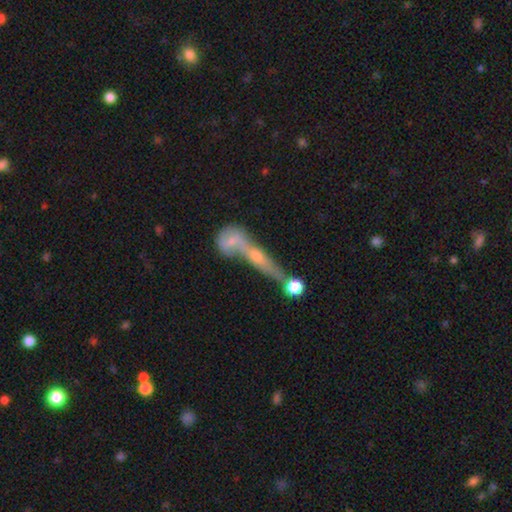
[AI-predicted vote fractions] Morphology: type=featured or disk (46%); merging=merger (56%).